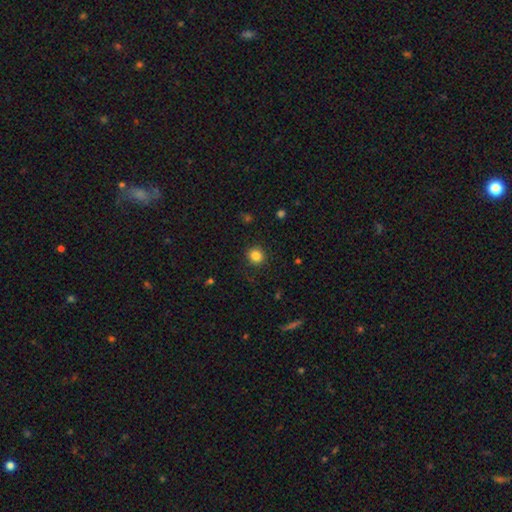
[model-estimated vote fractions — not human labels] The model was most divided on "smooth or featured": smooth: 84%, star or artifact: 11%, featured or disk: 5%. More confident: how rounded — round (90%); merging — none (90%).